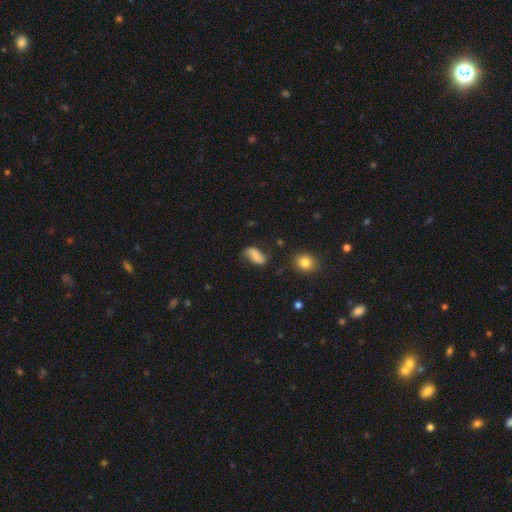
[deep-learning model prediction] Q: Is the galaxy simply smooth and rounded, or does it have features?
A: smooth — 65%.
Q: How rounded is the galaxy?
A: in between — 88%.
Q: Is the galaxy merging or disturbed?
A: none — 56%.